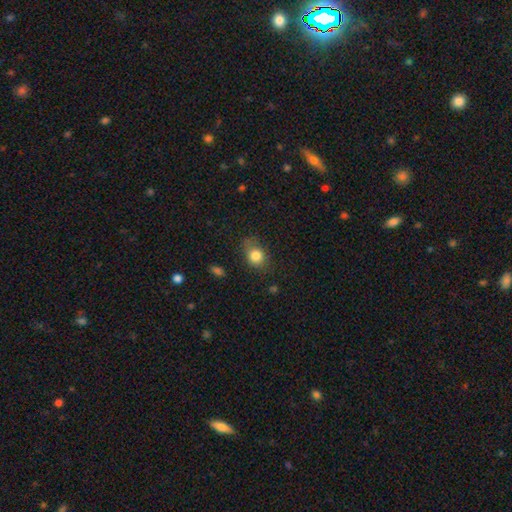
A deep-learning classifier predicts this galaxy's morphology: A smooth galaxy with no disk features (82%) that is round (53%).

Vote fractions:
- Smooth or featured? smooth: 82% / star or artifact: 10% / featured or disk: 9%
- How rounded? round: 53% / in between: 46% / cigar-shaped: 1%
- Merging? none: 63% / minor disturbance: 26% / major disturbance: 9% / merger: 2%